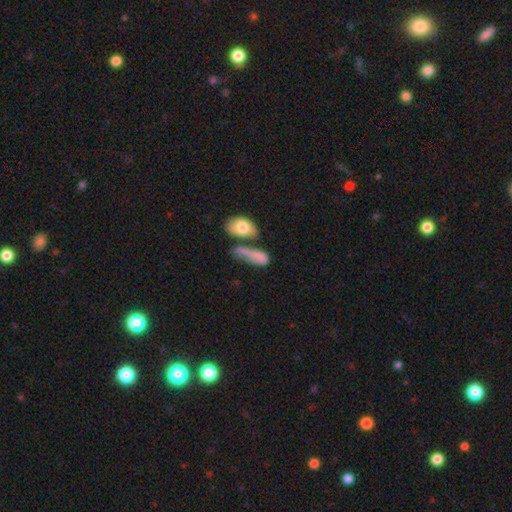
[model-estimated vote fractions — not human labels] The model was most divided on "merging": merger: 40%, none: 25%, major disturbance: 18%, minor disturbance: 17%. More confident: how rounded — in between (74%); smooth or featured — smooth (72%).